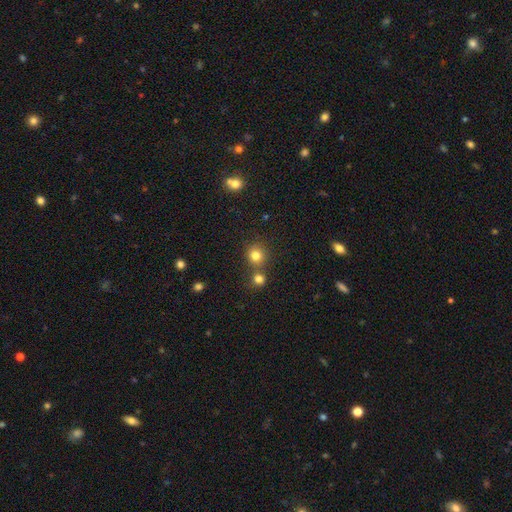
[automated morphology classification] Smooth or featured: smooth — 79% (star or artifact — 14%)
How rounded: round — 90% (in between — 9%)
Merging: none — 68% (merger — 21%)